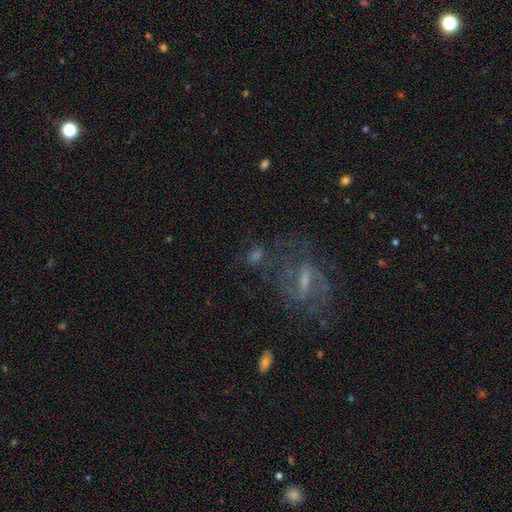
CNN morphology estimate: Smooth or featured?
  - featured or disk: 57% *
  - smooth: 24%
  - star or artifact: 20%
Edge-on disk?
  - no: 91% *
  - yes: 9%
Bar?
  - weak: 40% *
  - strong: 37%
  - no: 23%
Spiral arms?
  - yes: 71% *
  - no: 29%
Bulge size?
  - moderate: 35% * (tied)
  - small: 35% * (tied)
  - none: 20%
  - large: 8%
  - dominant: 2%
Merging?
  - none: 56% *
  - major disturbance: 17%
  - minor disturbance: 16%
  - merger: 11%